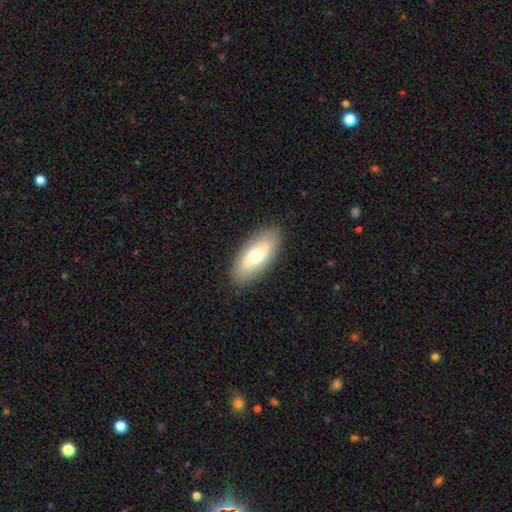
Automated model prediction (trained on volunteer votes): Smooth or featured?
  - smooth: 57% *
  - featured or disk: 38%
  - star or artifact: 6%
How rounded?
  - in between: 85% *
  - cigar-shaped: 12%
  - round: 3%
Merging?
  - none: 89% *
  - minor disturbance: 8%
  - major disturbance: 2%
  - merger: 1%